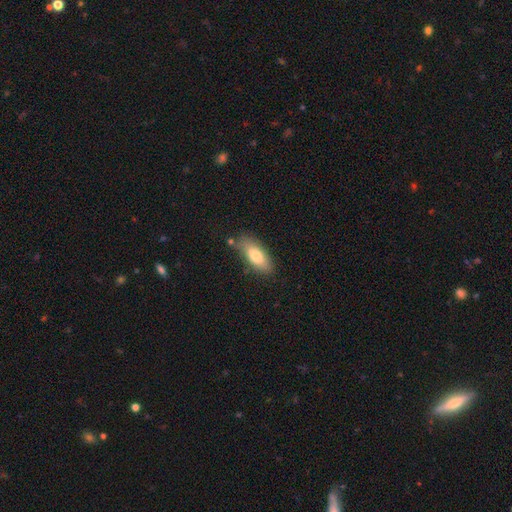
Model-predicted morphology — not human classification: Q: Smooth or featured?
A: smooth (77%); runner-up: featured or disk (16%)
Q: How rounded?
A: in between (80%); runner-up: cigar-shaped (18%)
Q: Merging?
A: none (75%); runner-up: minor disturbance (17%)